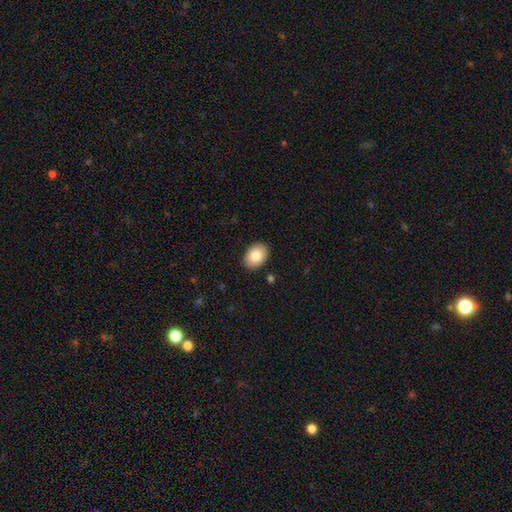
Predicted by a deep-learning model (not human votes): The model was most divided on "how rounded": in between: 80%, round: 19%, cigar-shaped: 1%. More confident: merging — none (90%); smooth or featured — smooth (82%).